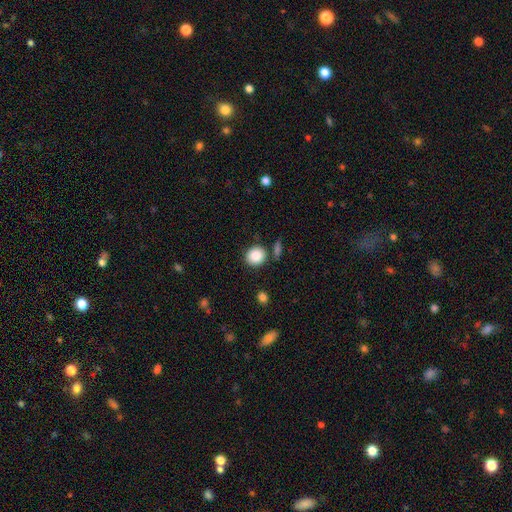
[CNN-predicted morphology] smooth 87%, star or artifact 8%, featured or disk 5%. Down the decision tree: how rounded — round (84%); merging — none (82%).